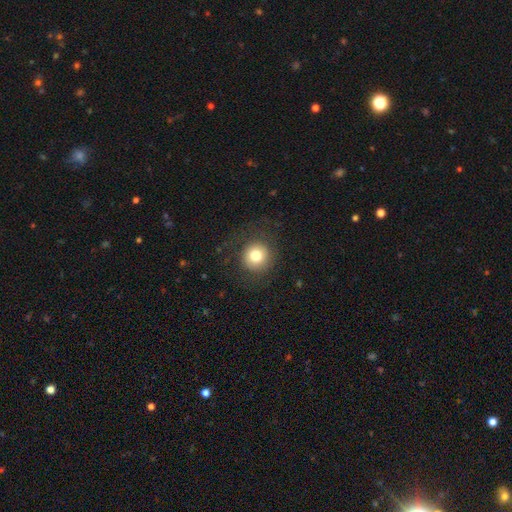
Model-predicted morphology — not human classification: smooth-or-featured: smooth: 79% | star or artifact: 11% | featured or disk: 10%
  how-rounded: round: 93% | in between: 6% | cigar-shaped: 1%
  merging: none: 85% | minor disturbance: 9% | major disturbance: 5% | merger: 1%